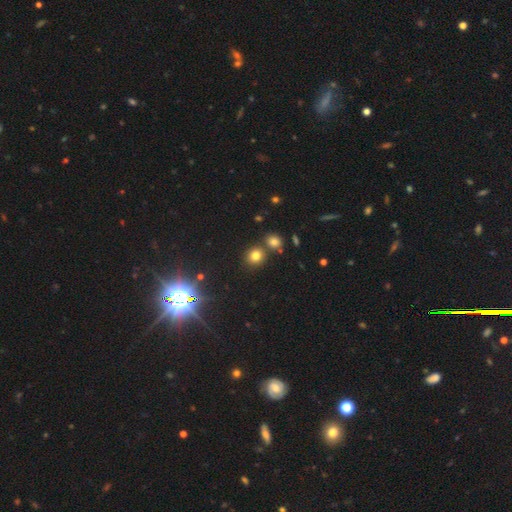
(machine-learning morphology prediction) type=smooth (74%); roundness=round (81%); merging=none (75%).